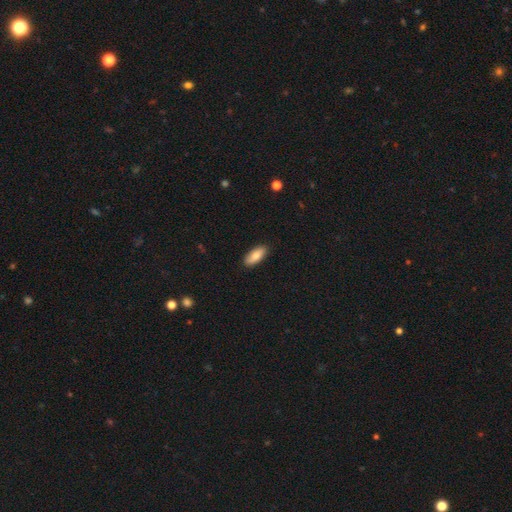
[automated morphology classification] Q: Smooth or featured?
A: smooth (81%); runner-up: featured or disk (13%)
Q: How rounded?
A: in between (80%); runner-up: cigar-shaped (17%)
Q: Merging?
A: none (88%); runner-up: minor disturbance (9%)